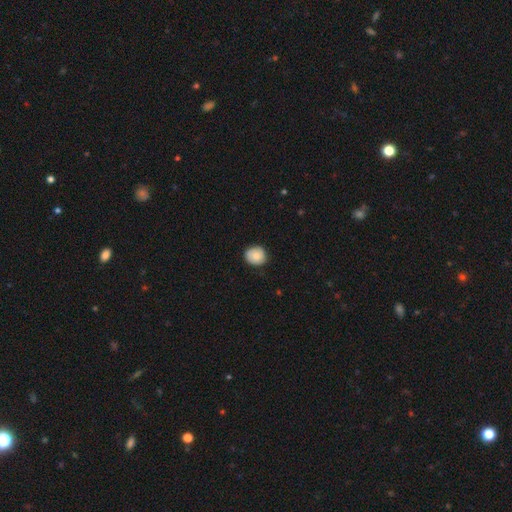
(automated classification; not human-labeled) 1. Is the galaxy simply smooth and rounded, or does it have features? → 84% smooth, 9% featured or disk, 7% star or artifact.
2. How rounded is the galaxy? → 81% round, 18% in between, 1% cigar-shaped.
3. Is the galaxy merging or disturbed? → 85% none, 12% minor disturbance, 2% major disturbance, 1% merger.